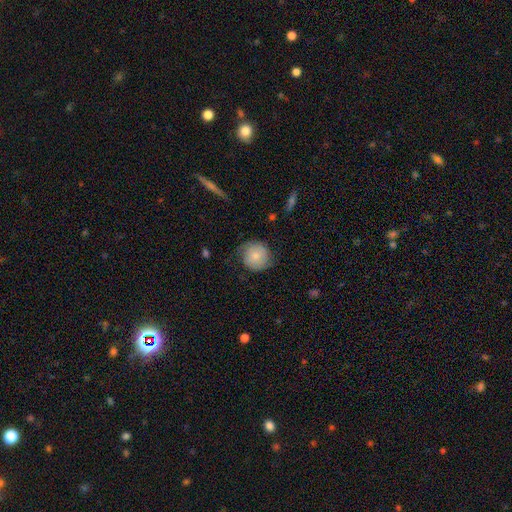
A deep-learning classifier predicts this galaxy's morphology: A smooth galaxy with no disk features (62%) that is round (90%).

Vote fractions:
- Smooth or featured? smooth: 62% / featured or disk: 31% / star or artifact: 7%
- How rounded? round: 90% / in between: 9% / cigar-shaped: 1%
- Merging? none: 67% / minor disturbance: 22% / major disturbance: 10% / merger: 1%